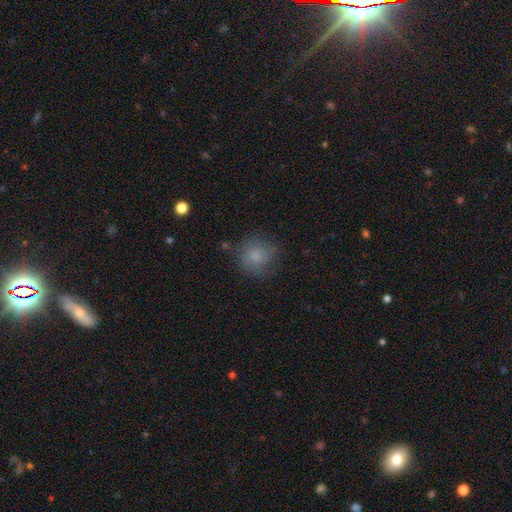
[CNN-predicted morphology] A smooth galaxy with no disk features (80%) that is round (88%). Merging: none (72%).